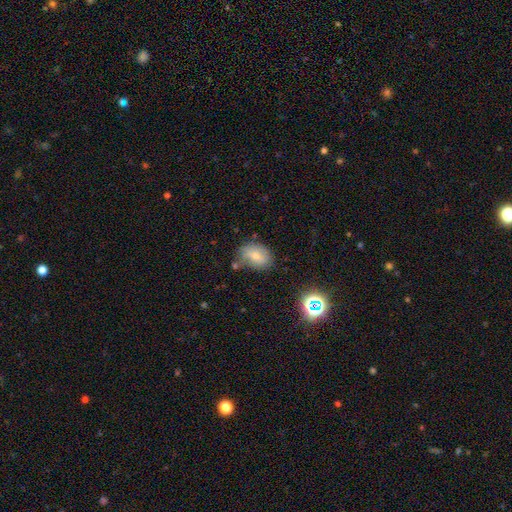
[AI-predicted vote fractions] smooth 69%, featured or disk 20%, star or artifact 12%. Down the decision tree: how rounded — in between (77%); merging — none (58%).